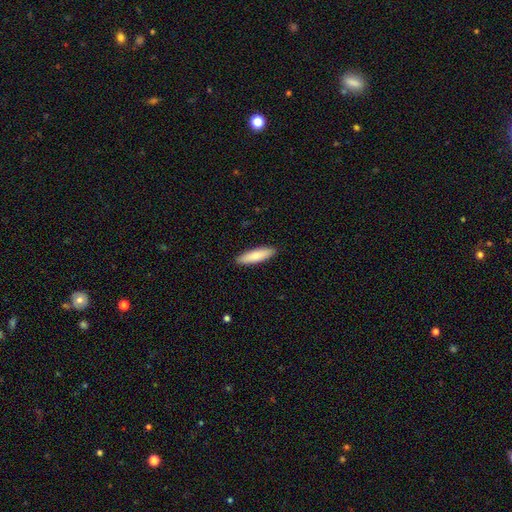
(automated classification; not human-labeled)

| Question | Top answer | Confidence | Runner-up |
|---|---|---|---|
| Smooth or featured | smooth | 84% | featured or disk (11%) |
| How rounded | cigar-shaped | 70% | in between (29%) |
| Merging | none | 91% | minor disturbance (7%) |